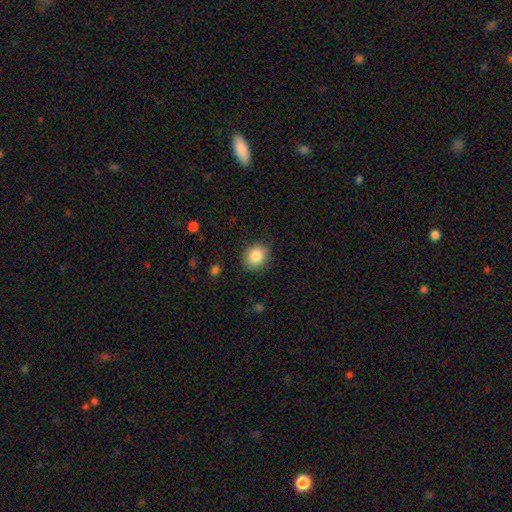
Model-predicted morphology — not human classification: The model was most divided on "how rounded": round: 68%, in between: 31%, cigar-shaped: 1%. More confident: smooth or featured — smooth (86%); merging — none (85%).